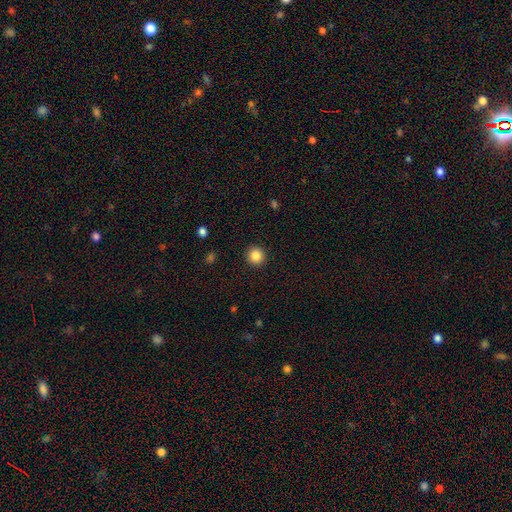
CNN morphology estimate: smooth-or-featured: smooth: 86% | star or artifact: 10% | featured or disk: 4%
  how-rounded: round: 95% | in between: 4% | cigar-shaped: 1%
  merging: none: 93% | minor disturbance: 5% | major disturbance: 2% | merger: 1%